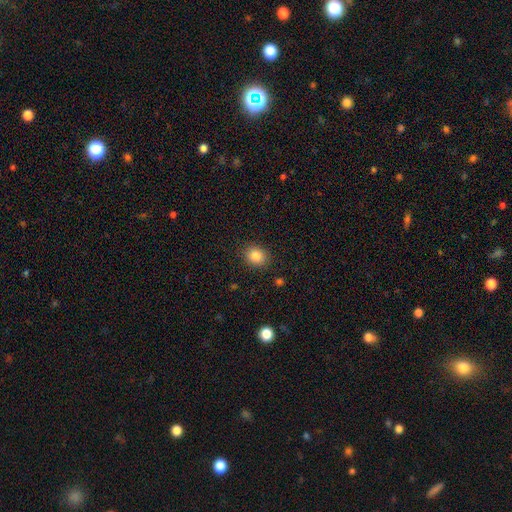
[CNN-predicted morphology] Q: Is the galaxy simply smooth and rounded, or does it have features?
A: smooth — 84%.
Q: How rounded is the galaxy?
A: round — 62%.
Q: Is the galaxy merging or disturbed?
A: none — 88%.